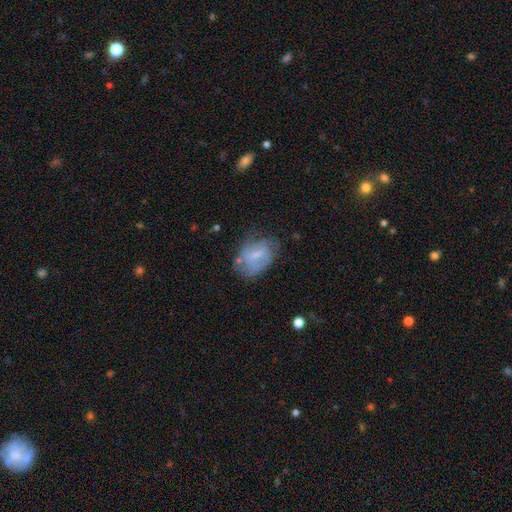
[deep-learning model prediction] smooth-or-featured: featured or disk: 53% | smooth: 39% | star or artifact: 8%
  disk-edge-on: no: 96% | yes: 4%
    bar: weak: 52% | no: 36% | strong: 12%
    has-spiral-arms: yes: 60% | no: 40%
    bulge-size: small: 50% | moderate: 35% | none: 12% | large: 2% | dominant: 1%
  merging: none: 48% | minor disturbance: 31% | major disturbance: 17% | merger: 4%